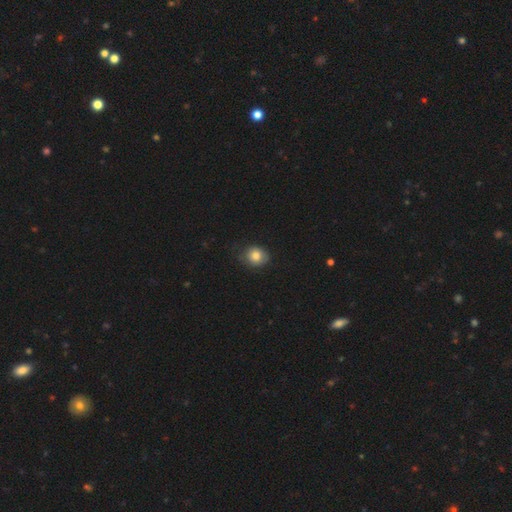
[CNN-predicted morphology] smooth-or-featured: smooth: 81% | featured or disk: 10% | star or artifact: 9%
  how-rounded: round: 65% | in between: 34% | cigar-shaped: 1%
  merging: none: 70% | minor disturbance: 24% | major disturbance: 5% | merger: 1%